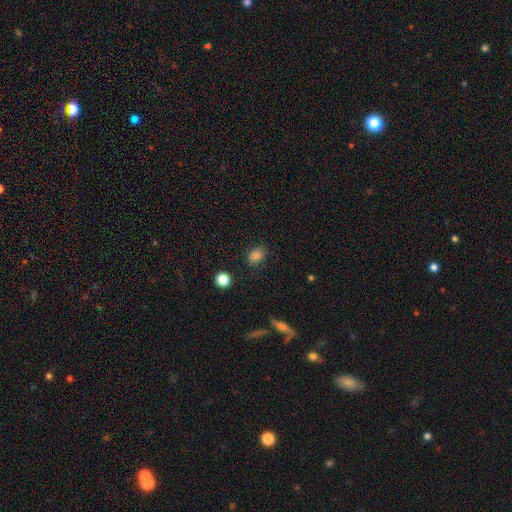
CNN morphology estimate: A smooth galaxy with no disk features (82%) that is in between round and cigar-shaped (63%). Merging: none (84%).